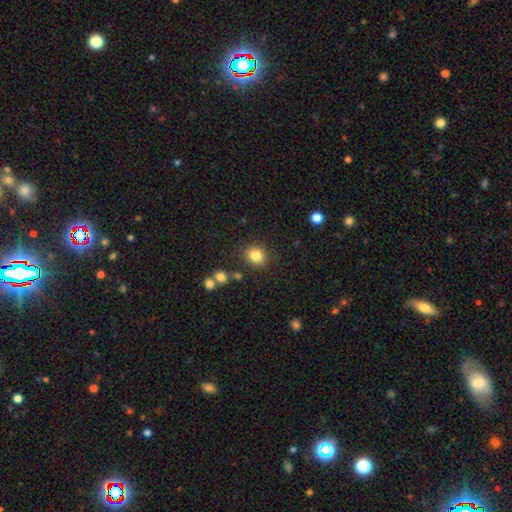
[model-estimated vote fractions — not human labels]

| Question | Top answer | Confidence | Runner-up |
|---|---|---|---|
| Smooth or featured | smooth | 83% | star or artifact (11%) |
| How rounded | round | 80% | in between (20%) |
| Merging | none | 85% | minor disturbance (8%) |